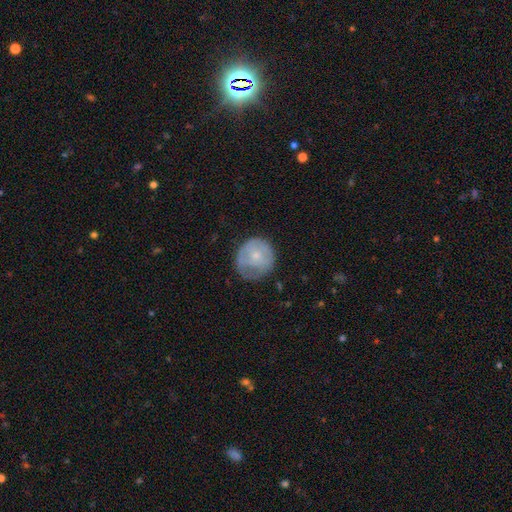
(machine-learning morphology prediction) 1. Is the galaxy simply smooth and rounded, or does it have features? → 59% smooth, 34% featured or disk, 7% star or artifact.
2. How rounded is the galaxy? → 86% round, 13% in between, 1% cigar-shaped.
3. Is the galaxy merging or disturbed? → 54% none, 29% minor disturbance, 15% major disturbance, 1% merger.